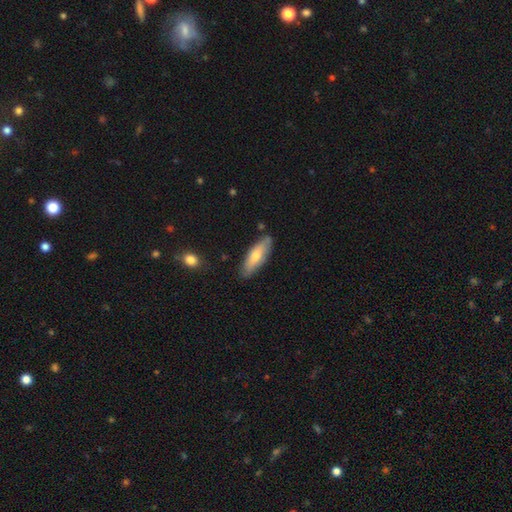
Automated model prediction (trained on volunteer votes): A smooth galaxy with no disk features (63%) that is in between round and cigar-shaped (50%).

Vote fractions:
- Smooth or featured? smooth: 63% / featured or disk: 32% / star or artifact: 6%
- How rounded? in between: 50% / cigar-shaped: 48% / round: 2%
- Merging? none: 82% / minor disturbance: 13% / major disturbance: 2% / merger: 2%